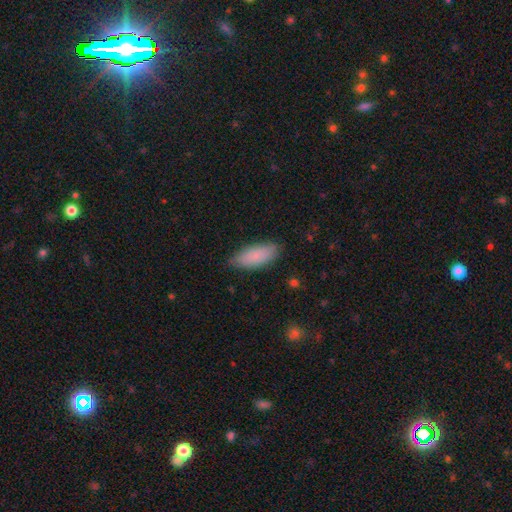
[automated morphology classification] Smooth or featured?
  - smooth: 85% *
  - featured or disk: 9%
  - star or artifact: 6%
How rounded?
  - in between: 79% *
  - cigar-shaped: 20%
  - round: 2%
Merging?
  - none: 81% *
  - minor disturbance: 15%
  - major disturbance: 2%
  - merger: 1%